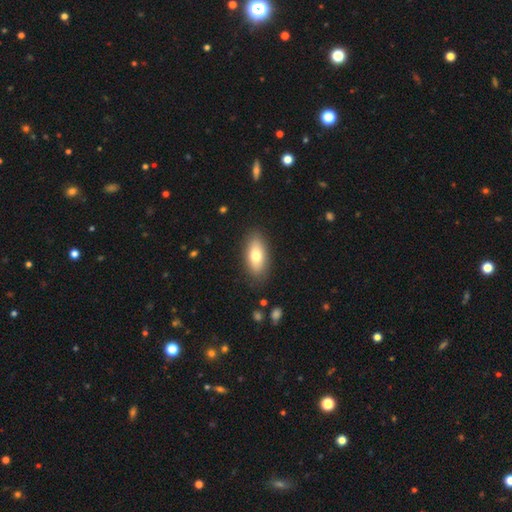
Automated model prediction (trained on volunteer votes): Smooth or featured: smooth — 71% (featured or disk — 23%)
How rounded: in between — 84% (cigar-shaped — 12%)
Merging: none — 85% (minor disturbance — 11%)